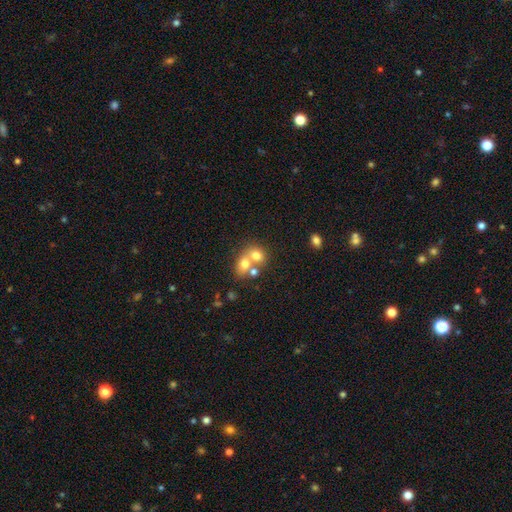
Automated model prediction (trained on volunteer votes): Smooth or featured? smooth (70%)
How rounded? round (59%)
Merging? merger (62%)